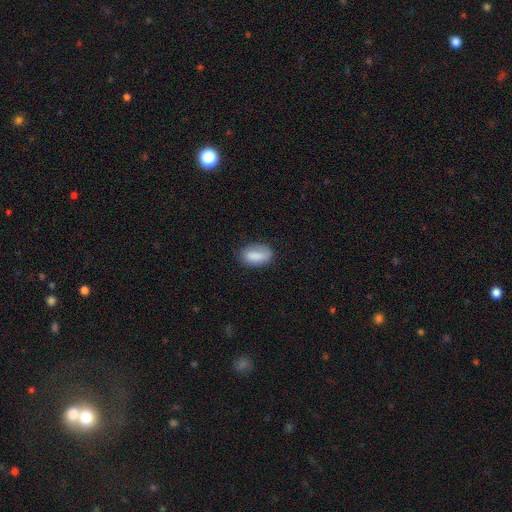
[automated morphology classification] Smooth or featured?
  - smooth: 84% *
  - featured or disk: 8%
  - star or artifact: 7%
How rounded?
  - in between: 90% *
  - round: 7%
  - cigar-shaped: 2%
Merging?
  - none: 70% *
  - minor disturbance: 22%
  - major disturbance: 6%
  - merger: 2%